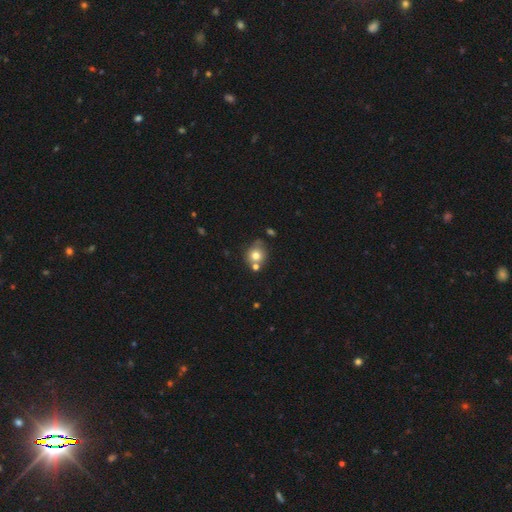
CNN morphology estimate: type=smooth (74%); roundness=round (81%); merging=none (60%).